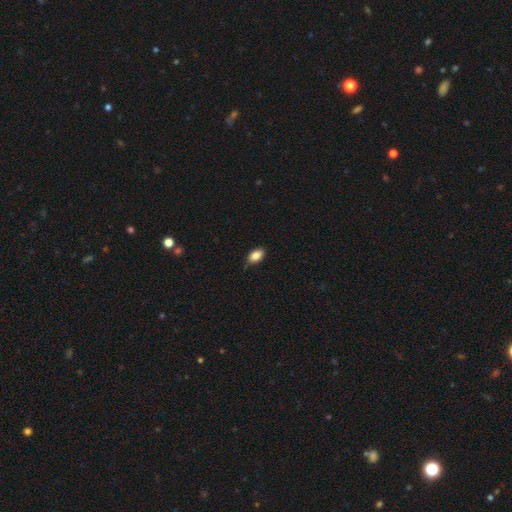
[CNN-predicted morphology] Smooth or featured? Predicted: smooth (p=0.86). How rounded? Predicted: in between (p=0.91). Merging? Predicted: none (p=0.83).